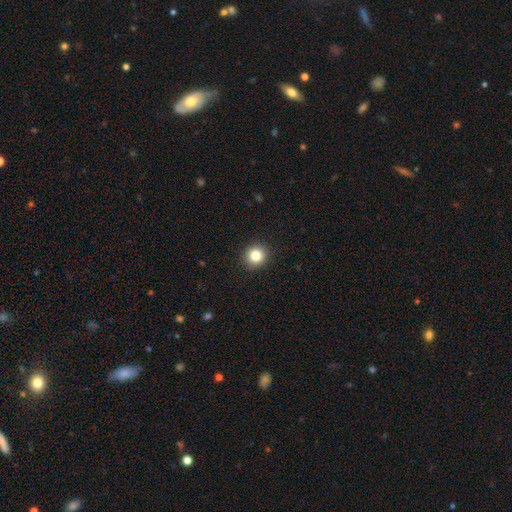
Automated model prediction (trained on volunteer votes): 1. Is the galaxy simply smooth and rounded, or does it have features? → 83% smooth, 11% star or artifact, 6% featured or disk.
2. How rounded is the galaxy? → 89% round, 10% in between, 1% cigar-shaped.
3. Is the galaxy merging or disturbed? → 91% none, 6% minor disturbance, 2% major disturbance, 1% merger.